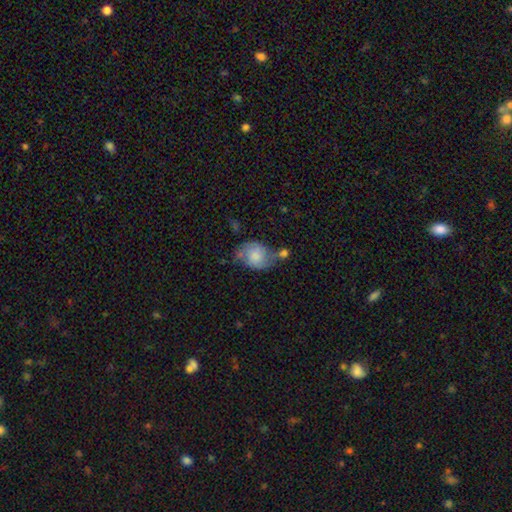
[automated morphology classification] Q: Smooth or featured?
A: featured or disk (48%); runner-up: smooth (44%)
Q: Merging?
A: none (39%); runner-up: minor disturbance (27%)